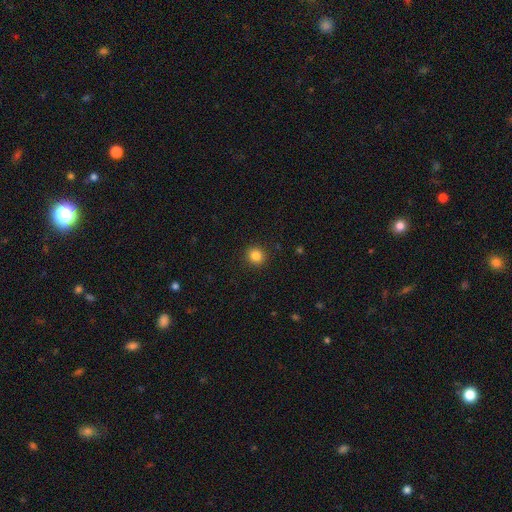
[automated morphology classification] Smooth or featured: smooth — 84% (star or artifact — 11%)
How rounded: round — 90% (in between — 9%)
Merging: none — 92% (minor disturbance — 5%)